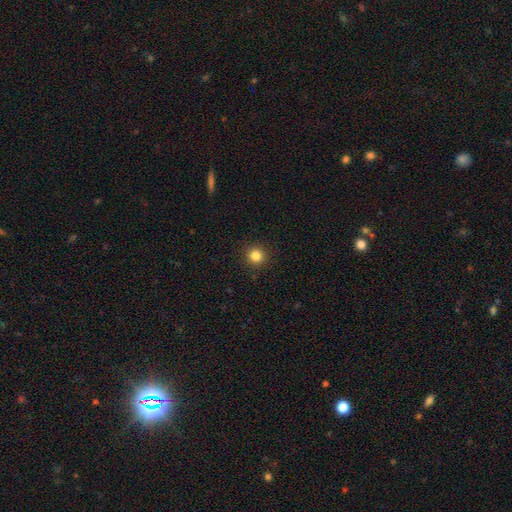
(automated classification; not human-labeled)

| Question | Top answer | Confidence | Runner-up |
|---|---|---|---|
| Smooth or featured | smooth | 83% | star or artifact (12%) |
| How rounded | round | 94% | in between (5%) |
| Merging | none | 92% | minor disturbance (5%) |